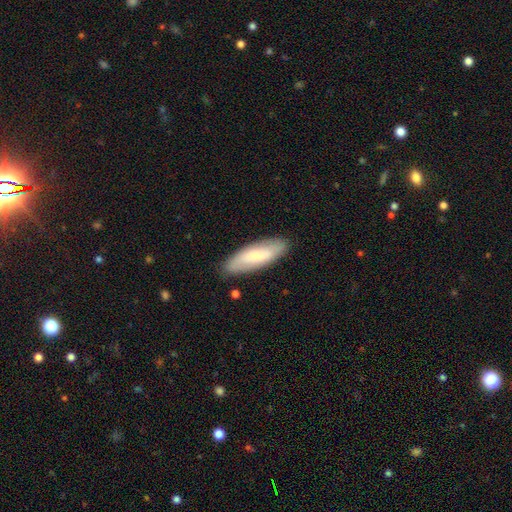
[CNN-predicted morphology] type=smooth (66%); roundness=in between (51%); merging=none (85%).